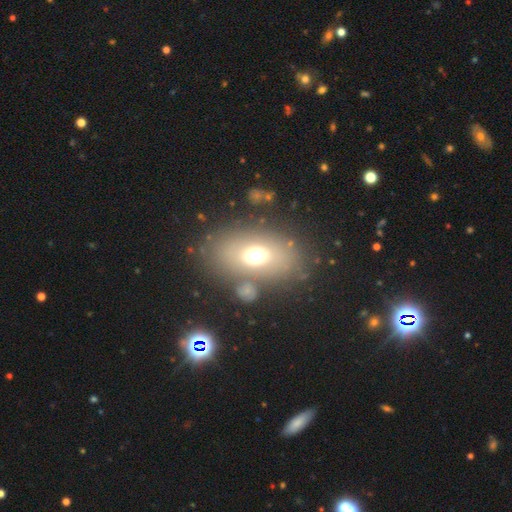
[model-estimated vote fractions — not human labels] smooth_or_featured: smooth (p=0.63) [alt: featured or disk p=0.24]
how_rounded: in between (p=0.82) [alt: round p=0.16]
merging: none (p=0.73) [alt: minor disturbance p=0.12]